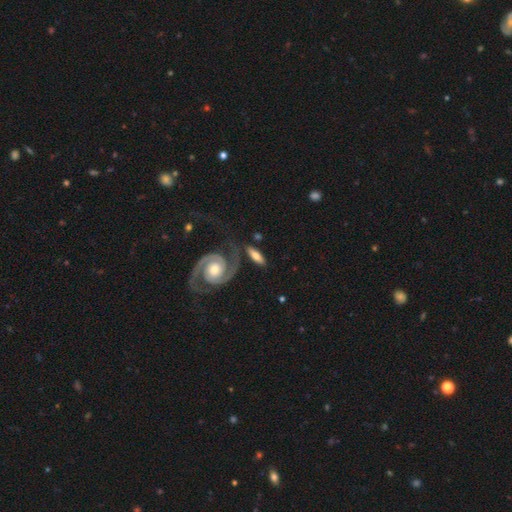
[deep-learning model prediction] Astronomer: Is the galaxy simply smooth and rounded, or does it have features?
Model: featured or disk — 53% (runner-up: smooth, 41%).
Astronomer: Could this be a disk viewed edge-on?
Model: no — 78%.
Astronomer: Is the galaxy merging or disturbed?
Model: none — 68%.